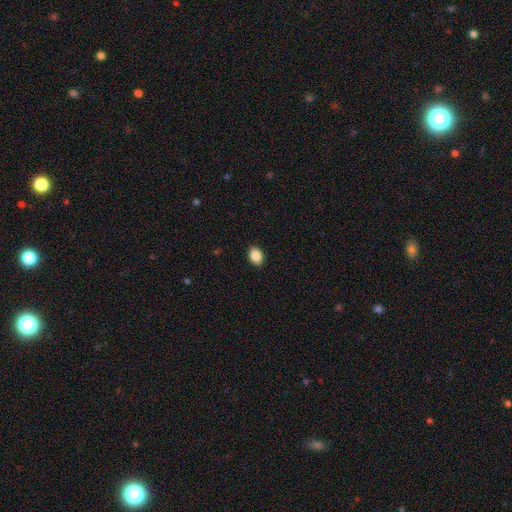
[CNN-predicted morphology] Smooth or featured?
  - smooth: 88% *
  - star or artifact: 8%
  - featured or disk: 4%
How rounded?
  - in between: 73% *
  - round: 26%
  - cigar-shaped: 1%
Merging?
  - none: 90% *
  - minor disturbance: 8%
  - major disturbance: 2%
  - merger: 1%